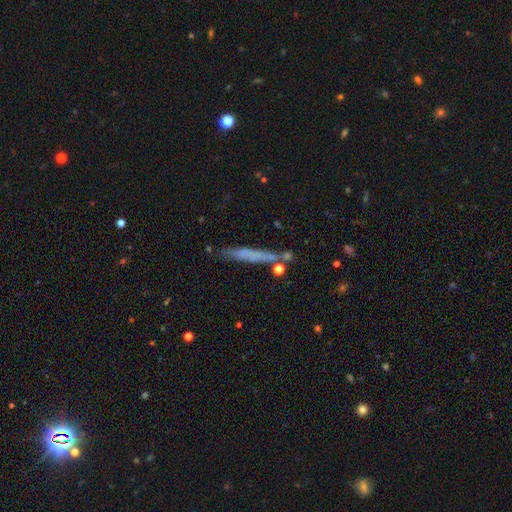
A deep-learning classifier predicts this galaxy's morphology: smooth-or-featured: smooth: 53% | featured or disk: 37% | star or artifact: 11%
  how-rounded: cigar-shaped: 94% | in between: 4% | round: 2%
  merging: none: 79% | minor disturbance: 13% | merger: 5% | major disturbance: 3%